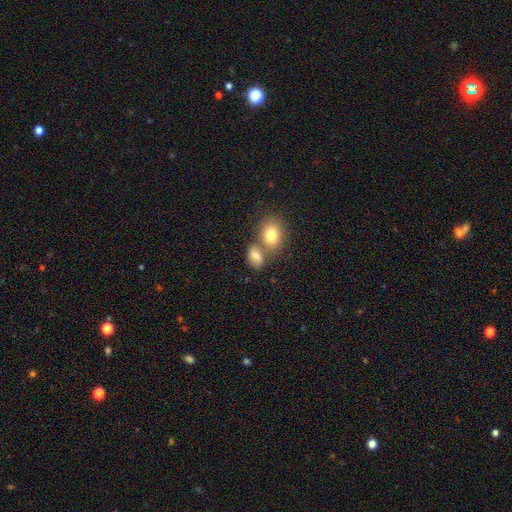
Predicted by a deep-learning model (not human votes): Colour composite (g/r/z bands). It shows a smooth galaxy with no disk features (80%) that is in between round and cigar-shaped (75%). Merging: merger (43%, tied with none).